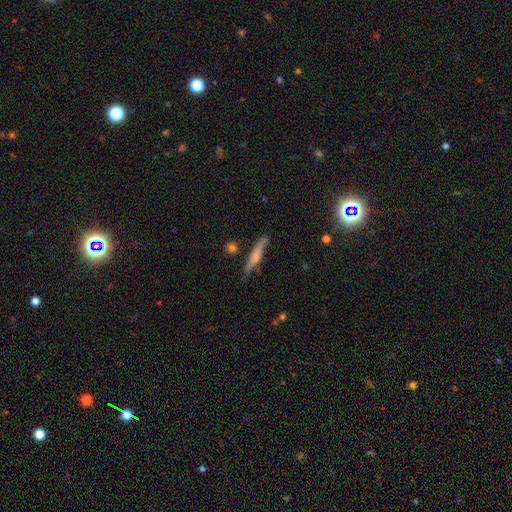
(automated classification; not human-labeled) Q: Smooth or featured?
A: smooth (52%); runner-up: featured or disk (41%)
Q: How rounded?
A: cigar-shaped (92%); runner-up: in between (6%)
Q: Merging?
A: none (74%); runner-up: minor disturbance (18%)